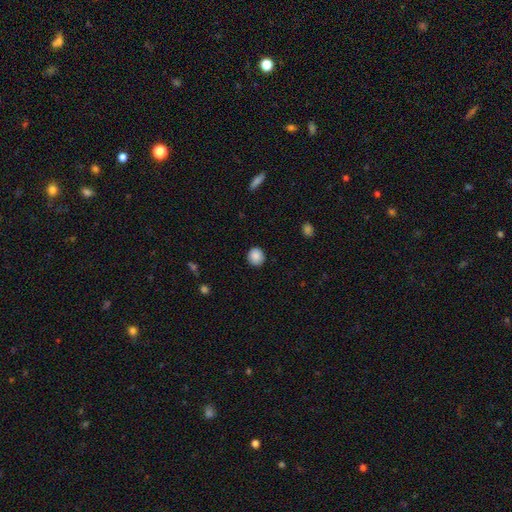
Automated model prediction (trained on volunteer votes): smooth-or-featured: smooth: 88% | star or artifact: 8% | featured or disk: 4%
  how-rounded: round: 87% | in between: 12% | cigar-shaped: 1%
  merging: none: 89% | minor disturbance: 8% | major disturbance: 2% | merger: 1%